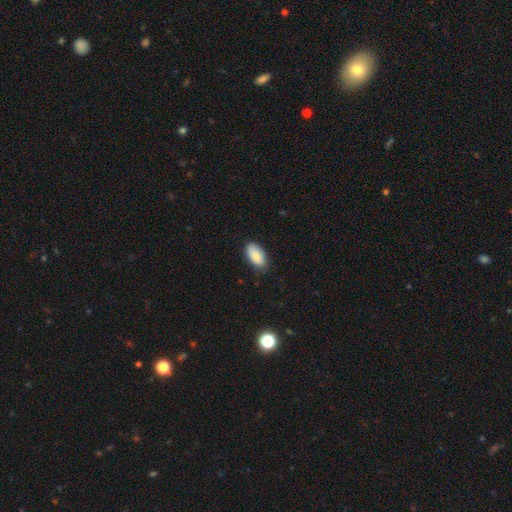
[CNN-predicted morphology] smooth_or_featured: smooth (p=0.85) [alt: featured or disk p=0.08]
how_rounded: in between (p=0.94) [alt: cigar-shaped p=0.03]
merging: none (p=0.80) [alt: minor disturbance p=0.16]